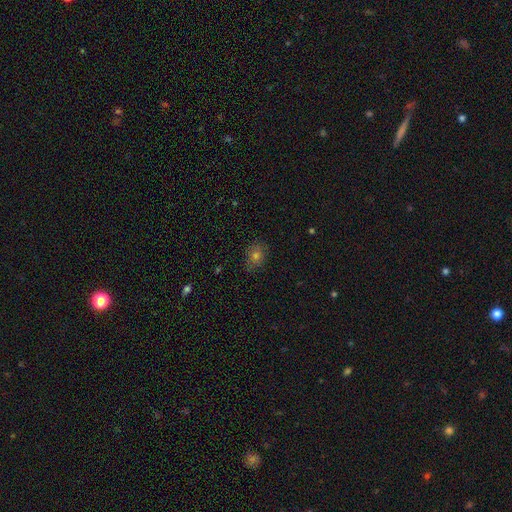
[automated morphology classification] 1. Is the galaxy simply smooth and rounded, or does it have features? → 64% smooth, 22% star or artifact, 14% featured or disk.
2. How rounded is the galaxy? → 56% round, 43% in between, 1% cigar-shaped.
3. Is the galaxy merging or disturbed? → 80% none, 15% minor disturbance, 4% major disturbance, 1% merger.